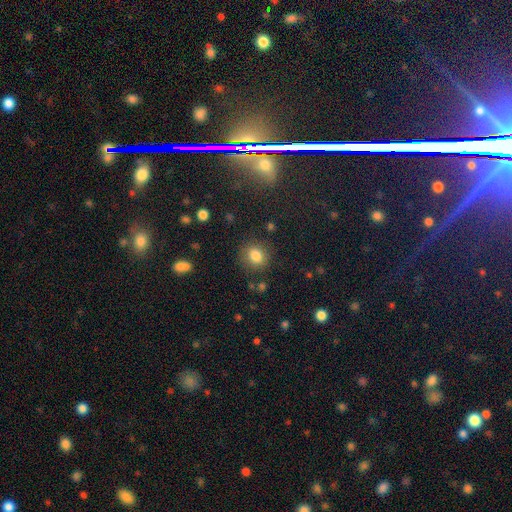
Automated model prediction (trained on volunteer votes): Q: Smooth or featured?
A: smooth (83%); runner-up: star or artifact (11%)
Q: How rounded?
A: round (68%); runner-up: in between (31%)
Q: Merging?
A: none (82%); runner-up: minor disturbance (11%)